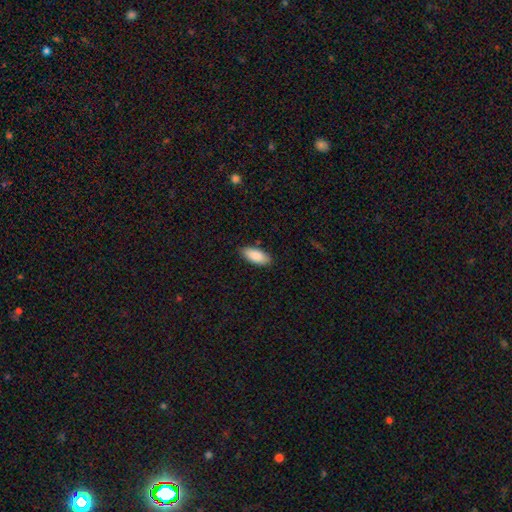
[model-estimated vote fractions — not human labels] smooth_or_featured: smooth (p=0.87) [alt: featured or disk p=0.07]
how_rounded: in between (p=0.88) [alt: cigar-shaped p=0.10]
merging: none (p=0.85) [alt: minor disturbance p=0.11]